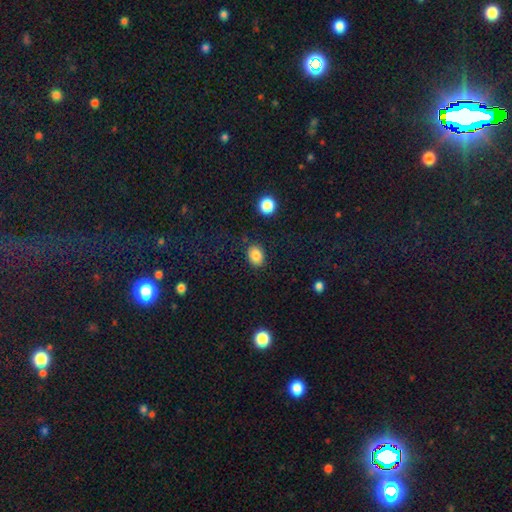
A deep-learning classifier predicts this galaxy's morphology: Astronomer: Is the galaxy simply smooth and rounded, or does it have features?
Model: smooth — 84%.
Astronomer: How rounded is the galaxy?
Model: in between — 67%.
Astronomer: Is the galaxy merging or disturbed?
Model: none — 85%.